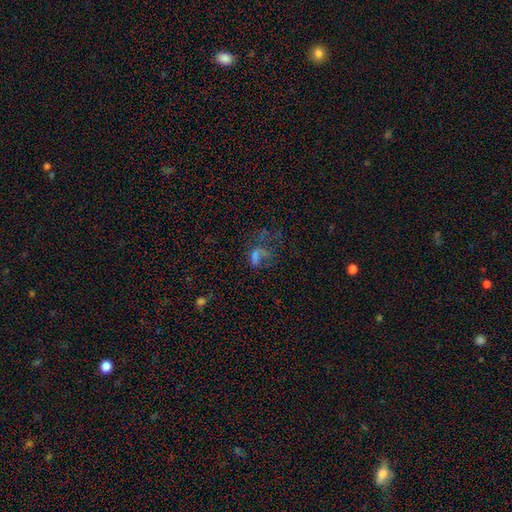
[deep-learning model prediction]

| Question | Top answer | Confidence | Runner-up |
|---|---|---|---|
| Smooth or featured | smooth | 47% | star or artifact (29%) |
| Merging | major disturbance | 45% | none (30%) |